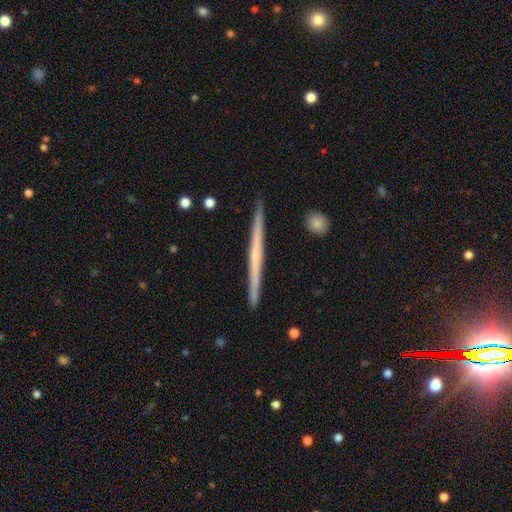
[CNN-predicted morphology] Overall: featured or disk (65%; smooth 30%). Edge-on disk: yes (98%). Edge-on bulge: none (76%). Merging: none (91%).